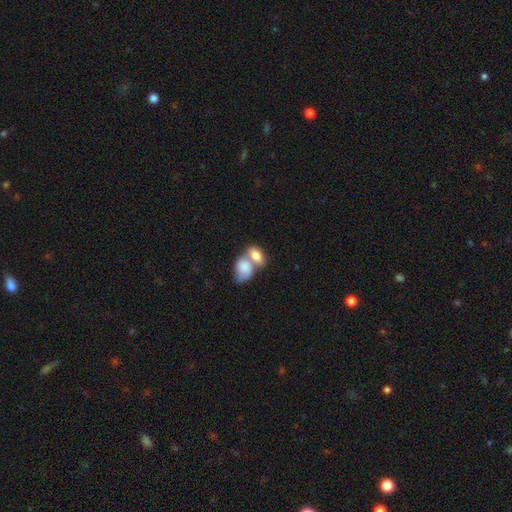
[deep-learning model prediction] Smooth or featured? Predicted: smooth (p=0.79). How rounded? Predicted: in between (p=0.86). Merging? Predicted: merger (p=0.72).